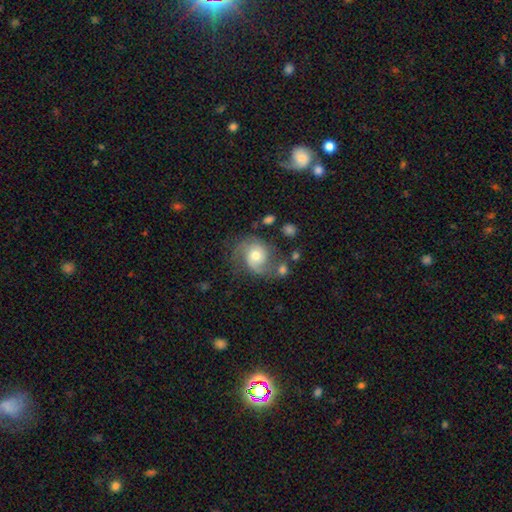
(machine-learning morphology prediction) A featured or disk galaxy (64%) with no bar (72%), 2 (67%) medium (45%) spiral arms (88%) and a moderate central bulge (66%).

Vote fractions:
- Smooth or featured? featured or disk: 64% / smooth: 28% / star or artifact: 8%
- Edge-on disk? no: 97% / yes: 3%
- Bar? no: 72% / weak: 24% / strong: 4%
- Spiral arms? yes: 88% / no: 12%
- Spiral winding? medium: 45% / loose: 28% / tight: 27%
- Spiral arm count? 2: 67% / 1: 14% / can't tell: 11% / 3: 5% / 4: 2% / more than 4: 2%
- Bulge size? moderate: 66% / small: 21% / large: 10% / none: 1% / dominant: 1%
- Merging? none: 51% / minor disturbance: 22% / major disturbance: 18% / merger: 8%